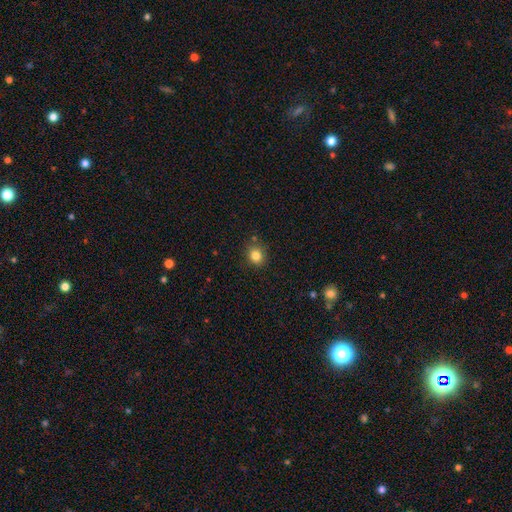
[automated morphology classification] smooth_or_featured: smooth (p=0.82) [alt: star or artifact p=0.12]
how_rounded: round (p=0.77) [alt: in between p=0.22]
merging: none (p=0.83) [alt: minor disturbance p=0.10]